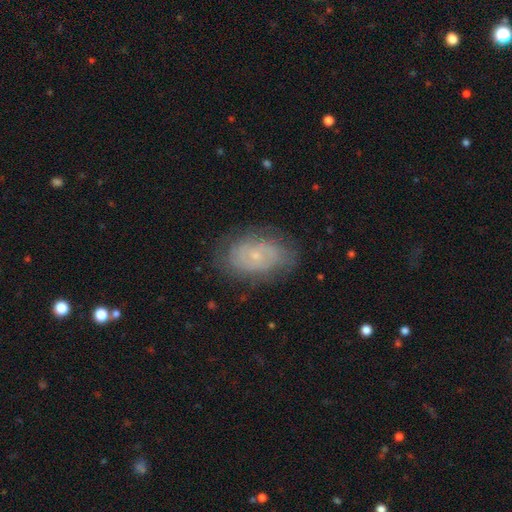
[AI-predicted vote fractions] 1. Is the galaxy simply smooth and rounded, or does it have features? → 58% featured or disk, 33% smooth, 9% star or artifact.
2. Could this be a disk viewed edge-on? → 95% no, 5% yes.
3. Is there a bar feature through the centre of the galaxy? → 81% no, 16% weak, 3% strong.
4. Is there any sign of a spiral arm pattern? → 71% yes, 29% no.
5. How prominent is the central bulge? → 81% small, 14% moderate, 3% none, 1% large, 1% dominant.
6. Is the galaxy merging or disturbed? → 75% none, 17% minor disturbance, 6% major disturbance, 1% merger.